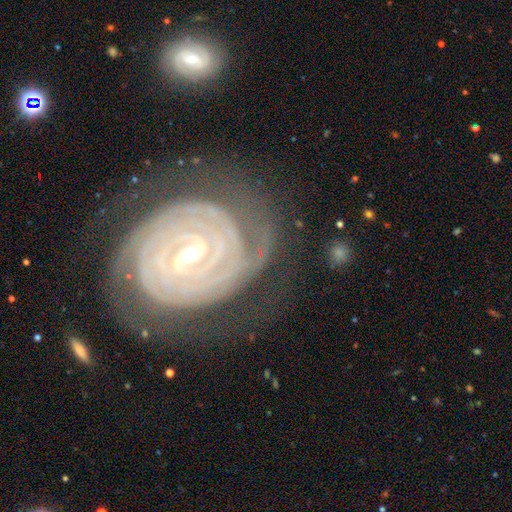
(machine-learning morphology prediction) type=featured or disk (90%); edge-on=no (97%); bar=weak (43%); spiral arms=yes (98%); winding=tight (87%); arm count=2 (25%); bulge=small (62%); merging=none (73%).